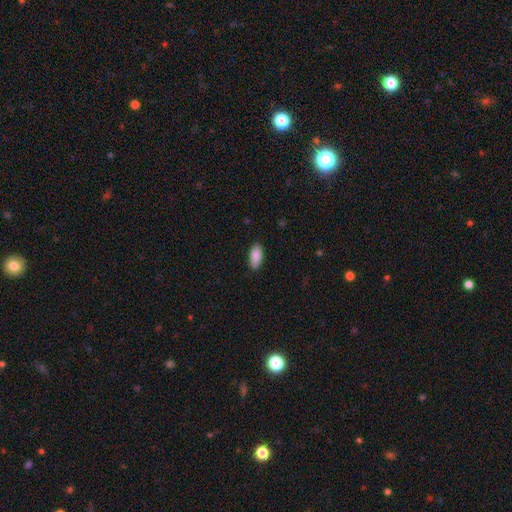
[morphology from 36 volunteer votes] Smooth or featured?
  - smooth: 92% *
  - featured or disk: 6%
  - star or artifact: 3%
How rounded?
  - in between: 91% *
  - cigar-shaped: 9%
  - round: 0%
Merging?
  - none: 89% *
  - minor disturbance: 11%
  - major disturbance: 0%
  - merger: 0%